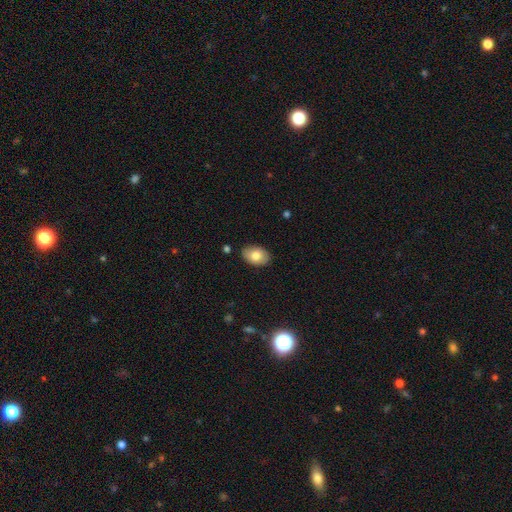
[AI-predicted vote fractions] Smooth or featured? smooth (79%)
How rounded? in between (86%)
Merging? none (87%)